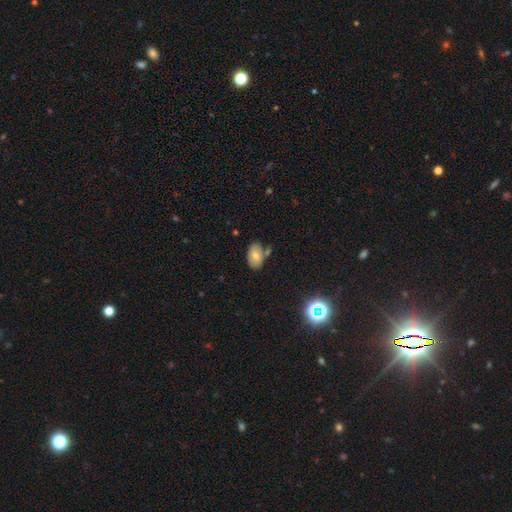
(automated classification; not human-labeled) The model was most divided on "merging": none: 65%, minor disturbance: 18%, merger: 13%, major disturbance: 4%. More confident: how rounded — in between (90%); smooth or featured — smooth (72%).